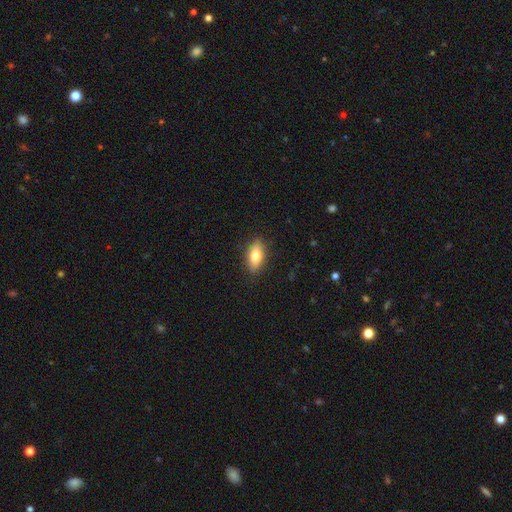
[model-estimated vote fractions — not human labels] Smooth or featured: smooth — 75% (featured or disk — 18%)
How rounded: in between — 83% (cigar-shaped — 13%)
Merging: none — 87% (minor disturbance — 9%)